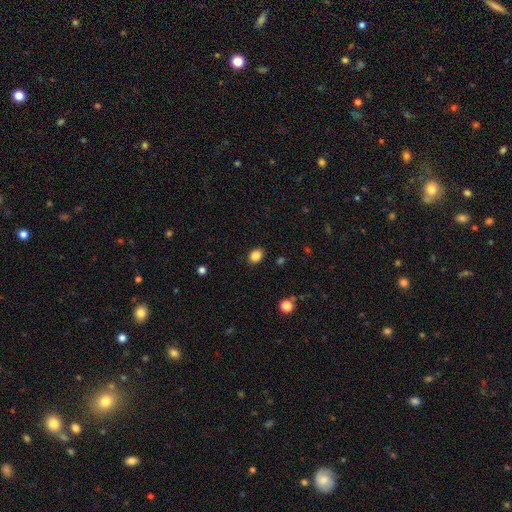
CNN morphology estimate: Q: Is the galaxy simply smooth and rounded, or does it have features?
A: smooth — 85%.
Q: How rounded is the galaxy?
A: in between — 55%.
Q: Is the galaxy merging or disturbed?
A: none — 89%.